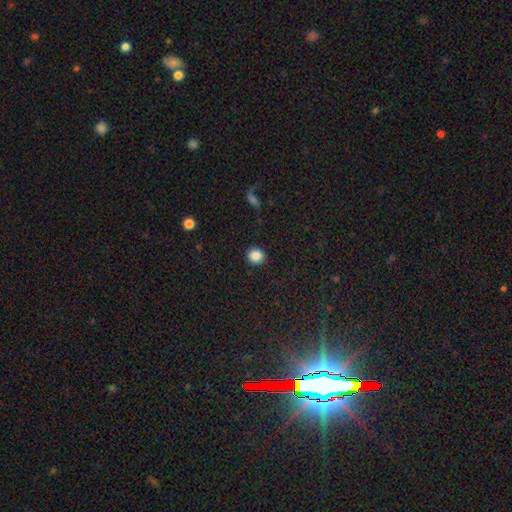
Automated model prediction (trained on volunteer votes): A smooth galaxy with no disk features (87%) that is round (78%). Merging: none (90%).